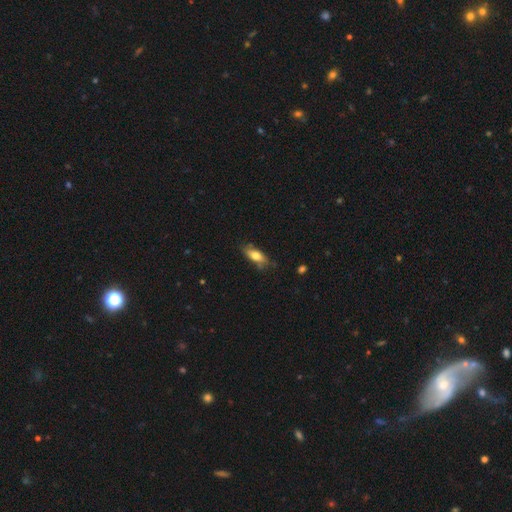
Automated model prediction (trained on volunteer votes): This appears to be a smooth galaxy with no disk features (70%) that is in between round and cigar-shaped (72%). Merging: none (72%).